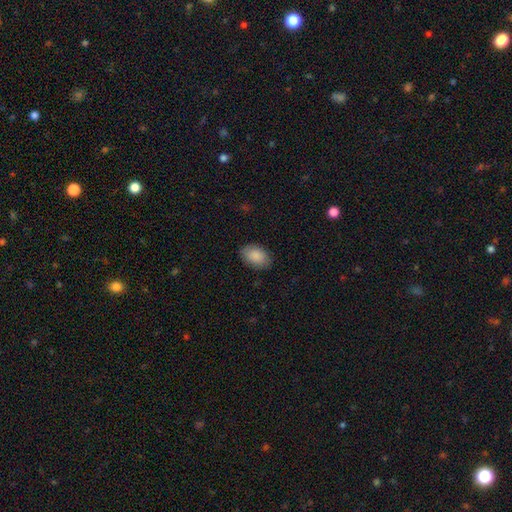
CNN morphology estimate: Overall: smooth (89%). How rounded: in between (91%). Merging: none (86%).